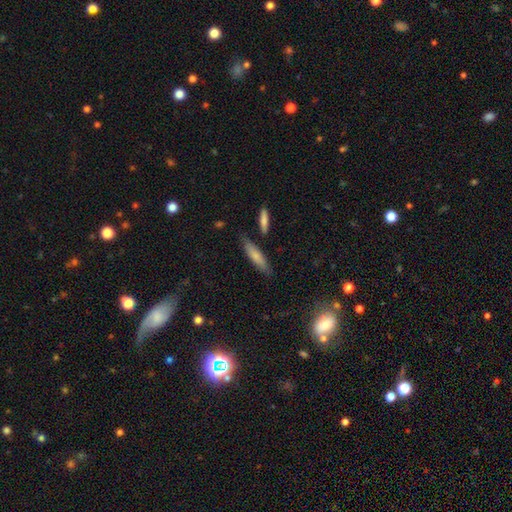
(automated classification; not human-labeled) Smooth or featured? Predicted: smooth (p=0.75). How rounded? Predicted: cigar-shaped (p=0.72). Merging? Predicted: none (p=0.80).